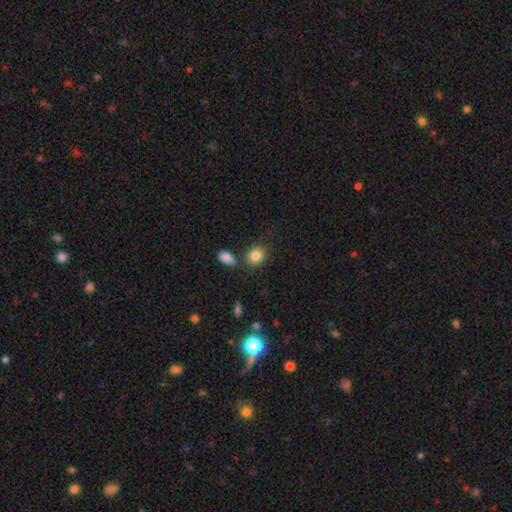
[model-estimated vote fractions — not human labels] Overall: smooth (85%). How rounded: round (59%; in between 40%). Merging: none (72%).